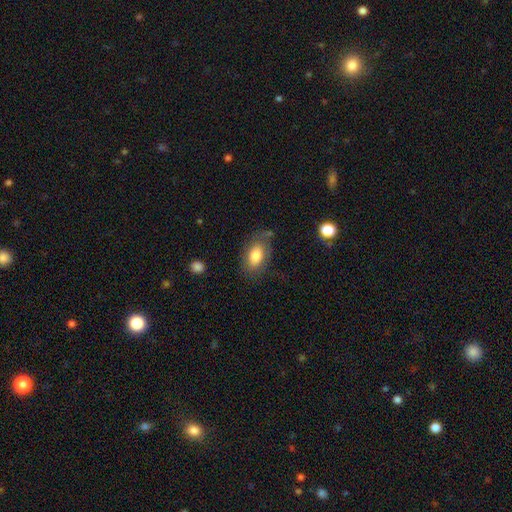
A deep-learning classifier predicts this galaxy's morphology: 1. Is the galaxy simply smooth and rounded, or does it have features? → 76% smooth, 17% featured or disk, 7% star or artifact.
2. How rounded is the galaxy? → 90% in between, 7% round, 2% cigar-shaped.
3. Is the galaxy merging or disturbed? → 68% none, 21% minor disturbance, 8% major disturbance, 3% merger.